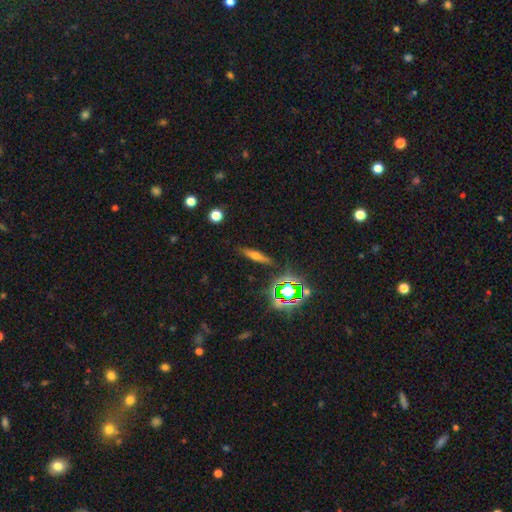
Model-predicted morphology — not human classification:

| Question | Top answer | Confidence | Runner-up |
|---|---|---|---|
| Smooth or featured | smooth | 50% | featured or disk (31%) |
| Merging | none | 85% | minor disturbance (10%) |